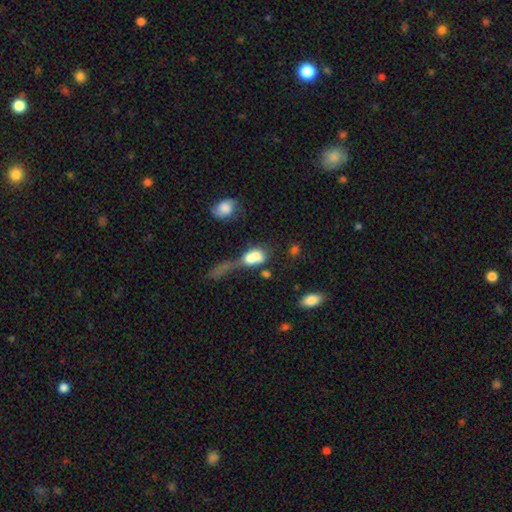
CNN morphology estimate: Smooth or featured?
  - smooth: 63% *
  - featured or disk: 25%
  - star or artifact: 12%
How rounded?
  - in between: 64% *
  - round: 30%
  - cigar-shaped: 6%
Merging?
  - merger: 51% *
  - major disturbance: 25%
  - none: 14%
  - minor disturbance: 10%